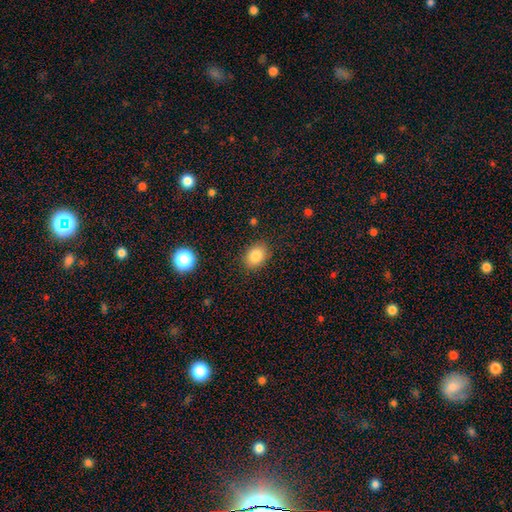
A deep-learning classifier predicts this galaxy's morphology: A smooth galaxy with no disk features (84%) that is in between round and cigar-shaped (66%). Merging: none (87%).